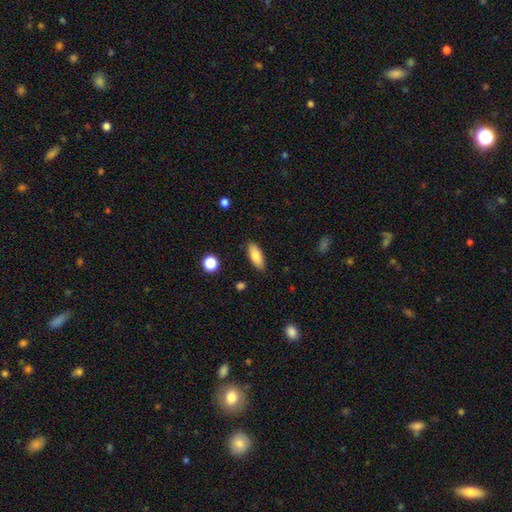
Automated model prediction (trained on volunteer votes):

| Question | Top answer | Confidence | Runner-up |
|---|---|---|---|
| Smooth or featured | smooth | 82% | featured or disk (11%) |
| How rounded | in between | 75% | cigar-shaped (22%) |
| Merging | none | 87% | minor disturbance (9%) |